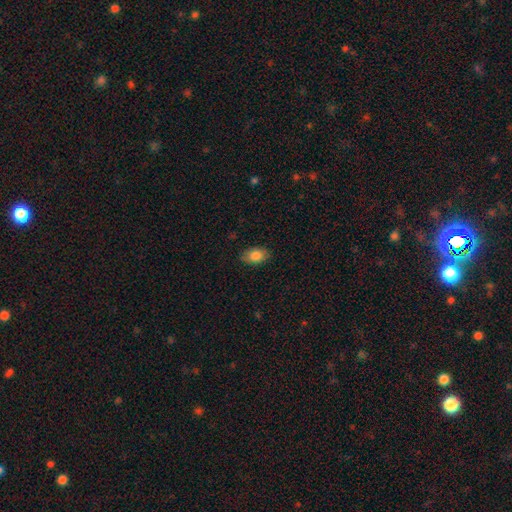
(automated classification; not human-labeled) smooth-or-featured: smooth: 84% | featured or disk: 9% | star or artifact: 7%
  how-rounded: in between: 87% | round: 11% | cigar-shaped: 2%
  merging: none: 85% | minor disturbance: 11% | major disturbance: 2% | merger: 1%